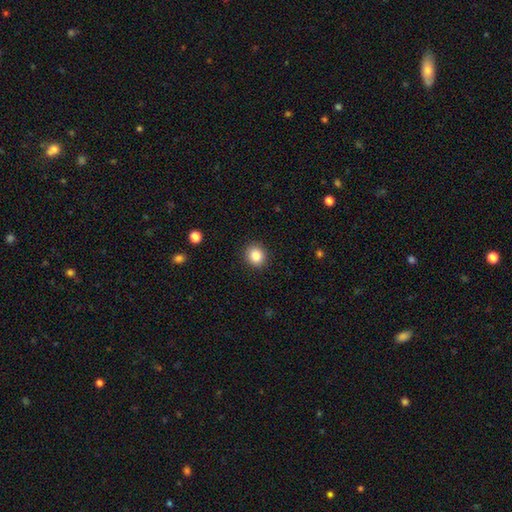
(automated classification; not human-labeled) This is clearly a smooth galaxy (85%). How rounded: likely round (79%). Merging: clearly none (91%).